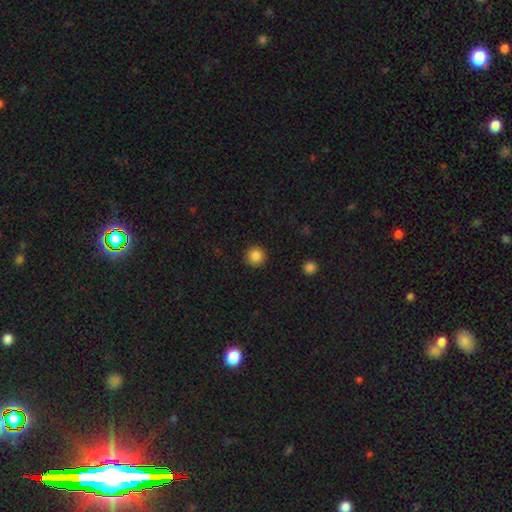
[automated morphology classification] smooth-or-featured: smooth: 85% | star or artifact: 10% | featured or disk: 5%
  how-rounded: round: 96% | in between: 4% | cigar-shaped: 1%
  merging: none: 93% | minor disturbance: 5% | major disturbance: 2% | merger: 1%